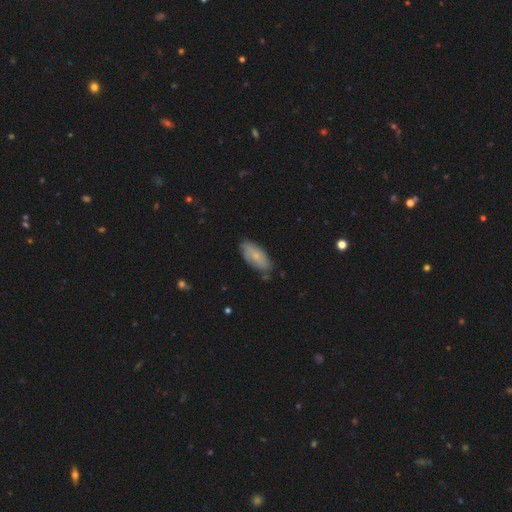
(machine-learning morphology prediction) This is likely a smooth galaxy (62%). How rounded: clearly in between (85%). Merging: likely none (70%).